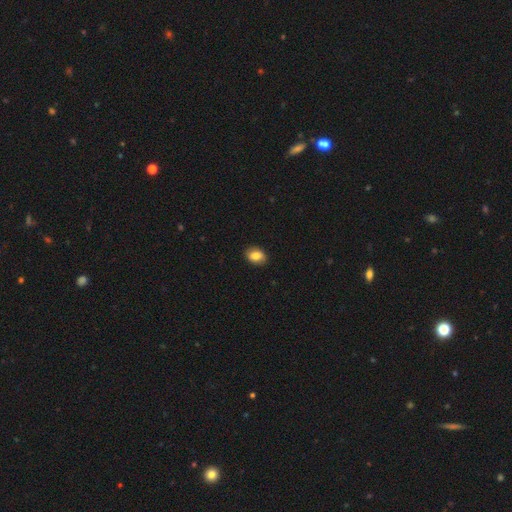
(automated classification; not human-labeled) Q: Smooth or featured?
A: smooth (83%); runner-up: featured or disk (9%)
Q: How rounded?
A: in between (76%); runner-up: round (23%)
Q: Merging?
A: none (88%); runner-up: minor disturbance (9%)